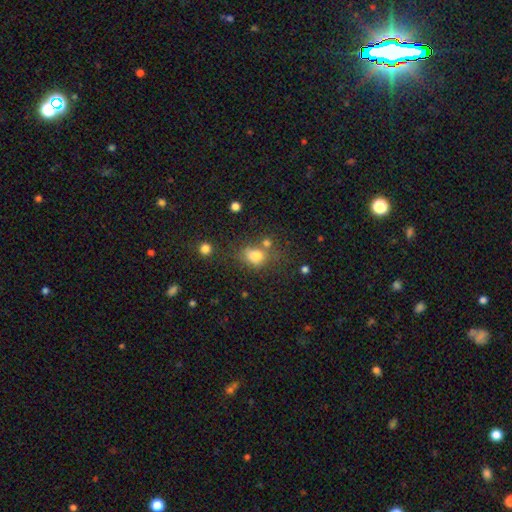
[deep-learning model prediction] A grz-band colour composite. It shows a smooth galaxy with no disk features (76%) that is in between round and cigar-shaped (56%). Merging: none (48%).